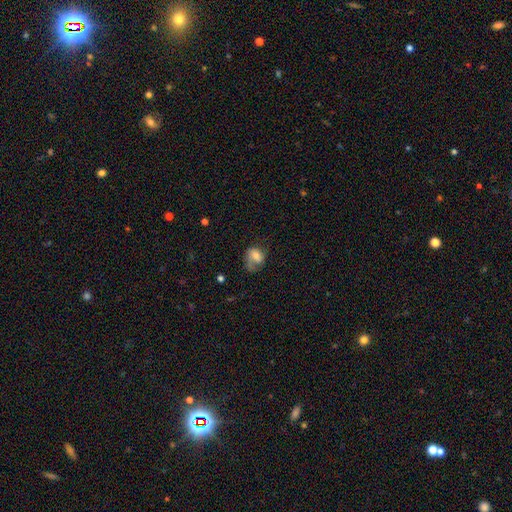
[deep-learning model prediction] A smooth galaxy with no disk features (48%).

Vote fractions:
- Smooth or featured? smooth: 48% / featured or disk: 42% / star or artifact: 9%
- Merging? none: 39% / major disturbance: 31% / minor disturbance: 26% / merger: 4%